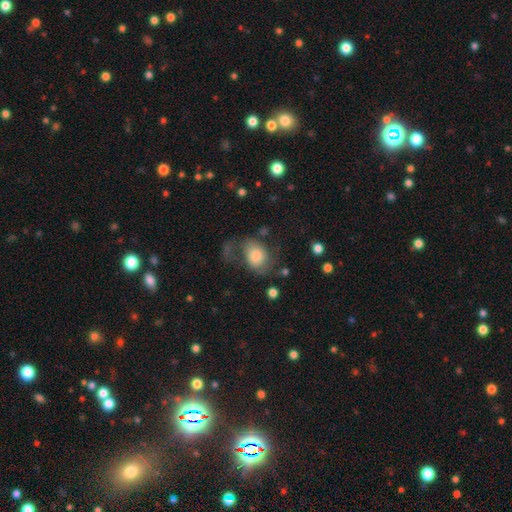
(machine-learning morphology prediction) smooth-or-featured: smooth: 56% | featured or disk: 35% | star or artifact: 9%
  how-rounded: in between: 60% | round: 39% | cigar-shaped: 1%
  merging: none: 40% | major disturbance: 33% | minor disturbance: 22% | merger: 5%